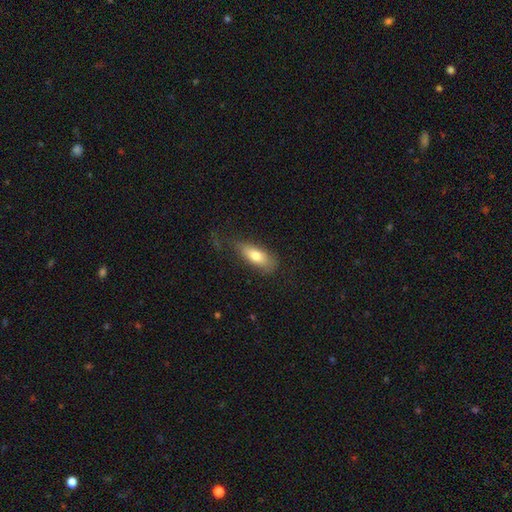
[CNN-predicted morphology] Overall: smooth (74%). How rounded: in between (74%). Merging: none (61%; minor disturbance 27%).